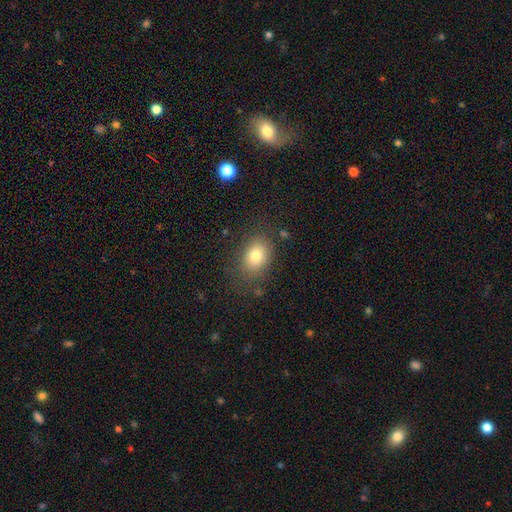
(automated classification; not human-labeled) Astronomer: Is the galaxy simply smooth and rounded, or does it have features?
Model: smooth — 79%.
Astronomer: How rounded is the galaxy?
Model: in between — 71%.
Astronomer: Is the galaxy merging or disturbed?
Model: none — 79%.